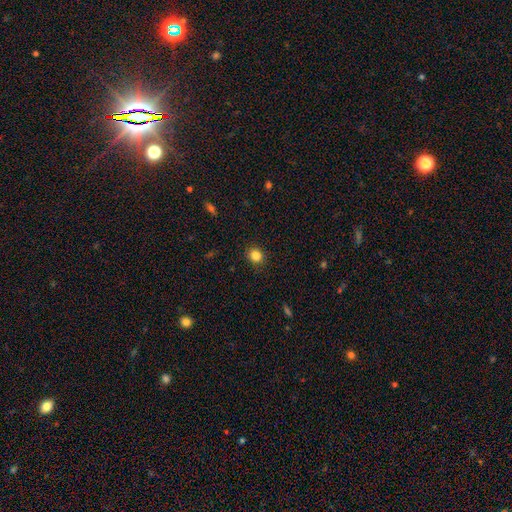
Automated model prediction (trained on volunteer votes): Smooth or featured? Predicted: smooth (p=0.84). How rounded? Predicted: round (p=0.78). Merging? Predicted: none (p=0.90).